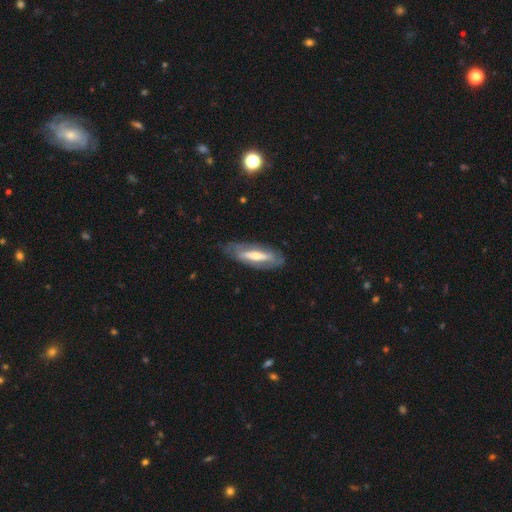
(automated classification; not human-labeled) Smooth or featured? Predicted: featured or disk (p=0.72). Edge-on disk? Predicted: no (p=0.72). Bar? Predicted: strong (p=0.49). Spiral arms? Predicted: yes (p=0.60). Bulge size? Predicted: moderate (p=0.58). Merging? Predicted: none (p=0.77).